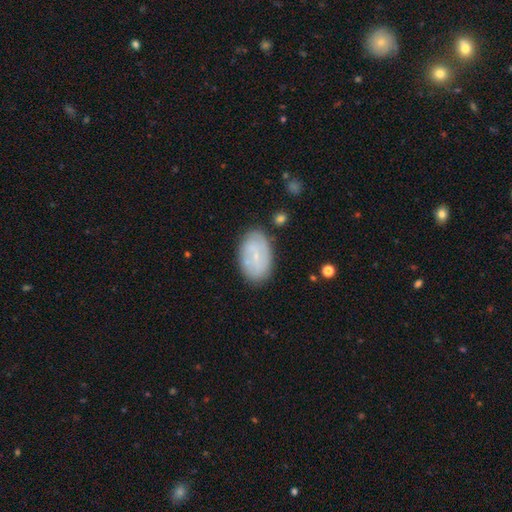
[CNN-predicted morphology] A smooth galaxy with no disk features (47%).

Vote fractions:
- Smooth or featured? smooth: 47% / featured or disk: 46% / star or artifact: 7%
- Merging? none: 77% / minor disturbance: 16% / major disturbance: 4% / merger: 3%